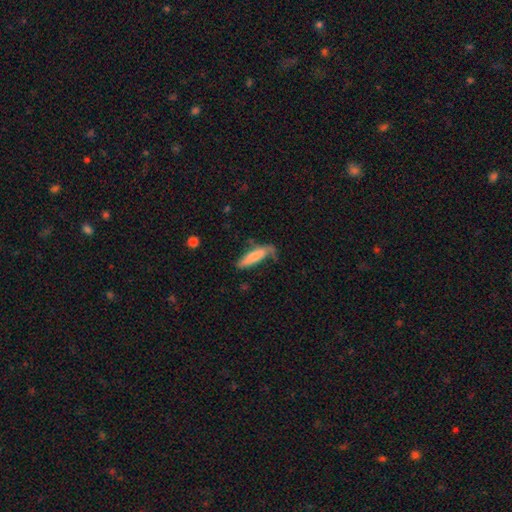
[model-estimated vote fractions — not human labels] Q: Smooth or featured?
A: smooth (76%); runner-up: featured or disk (18%)
Q: How rounded?
A: cigar-shaped (70%); runner-up: in between (28%)
Q: Merging?
A: none (49%); runner-up: minor disturbance (30%)